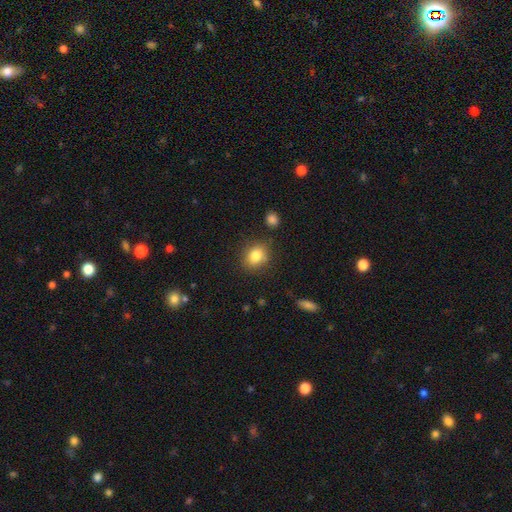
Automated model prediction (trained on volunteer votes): smooth-or-featured: smooth: 83% | star or artifact: 10% | featured or disk: 7%
  how-rounded: round: 59% | in between: 40% | cigar-shaped: 1%
  merging: none: 82% | minor disturbance: 12% | merger: 3% | major disturbance: 3%